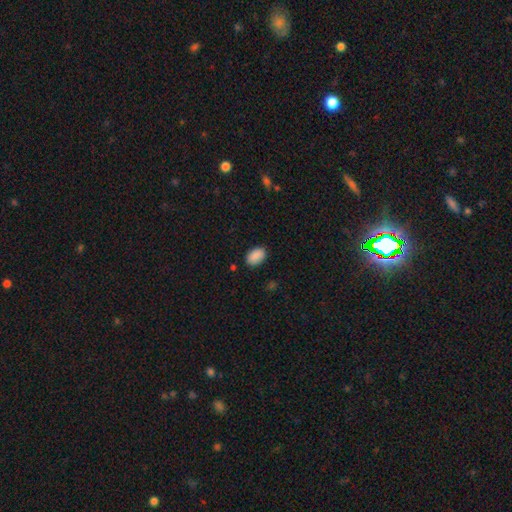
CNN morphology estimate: smooth-or-featured: smooth: 90% | star or artifact: 7% | featured or disk: 3%
  how-rounded: in between: 90% | round: 9% | cigar-shaped: 1%
  merging: none: 86% | minor disturbance: 11% | major disturbance: 2% | merger: 1%